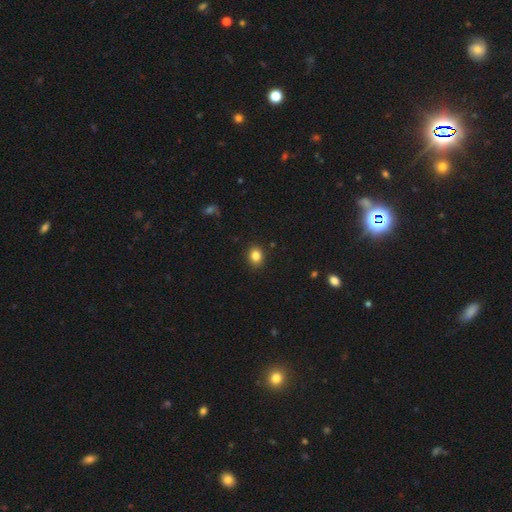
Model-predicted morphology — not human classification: The model was most divided on "how rounded": round: 59%, in between: 40%, cigar-shaped: 1%. More confident: merging — none (90%); smooth or featured — smooth (84%).